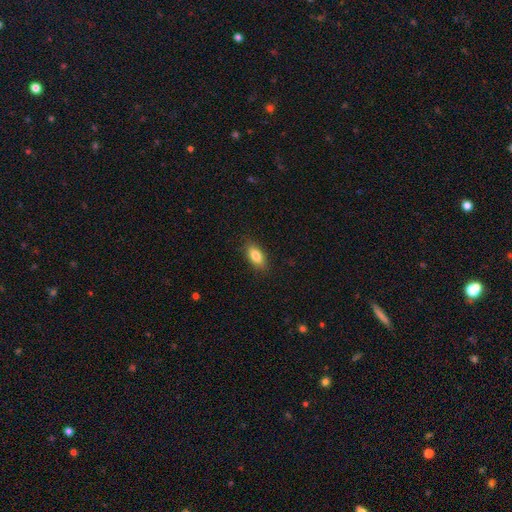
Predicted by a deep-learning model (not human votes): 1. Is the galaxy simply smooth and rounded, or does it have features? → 83% smooth, 10% featured or disk, 7% star or artifact.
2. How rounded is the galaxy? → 86% in between, 10% cigar-shaped, 5% round.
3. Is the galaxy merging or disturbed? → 86% none, 11% minor disturbance, 2% major disturbance, 1% merger.